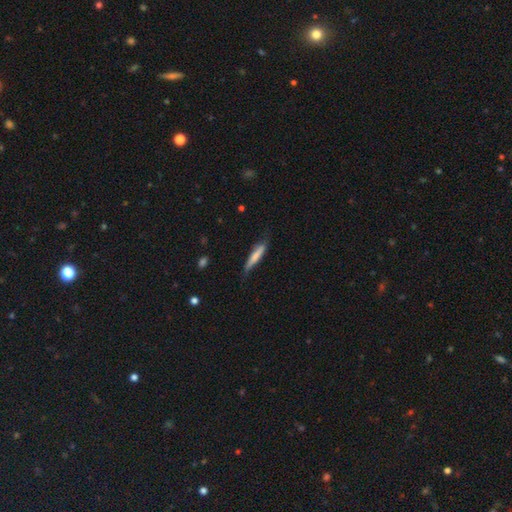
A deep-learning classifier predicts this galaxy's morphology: Smooth or featured: smooth — 70% (featured or disk — 24%)
How rounded: cigar-shaped — 89% (in between — 10%)
Merging: none — 61% (minor disturbance — 30%)